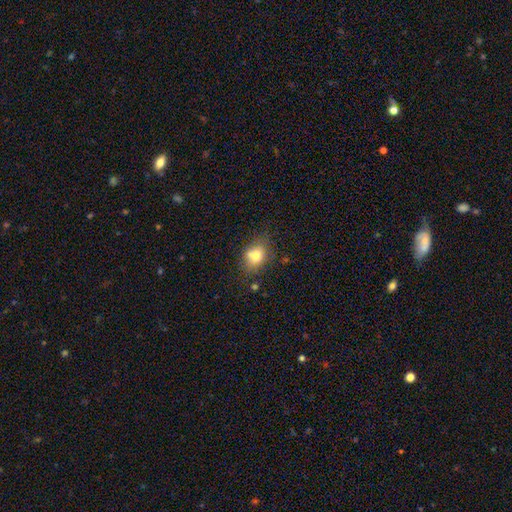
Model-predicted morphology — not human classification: Q: Smooth or featured?
A: smooth (75%); runner-up: featured or disk (14%)
Q: How rounded?
A: in between (57%); runner-up: round (41%)
Q: Merging?
A: none (63%); runner-up: minor disturbance (21%)